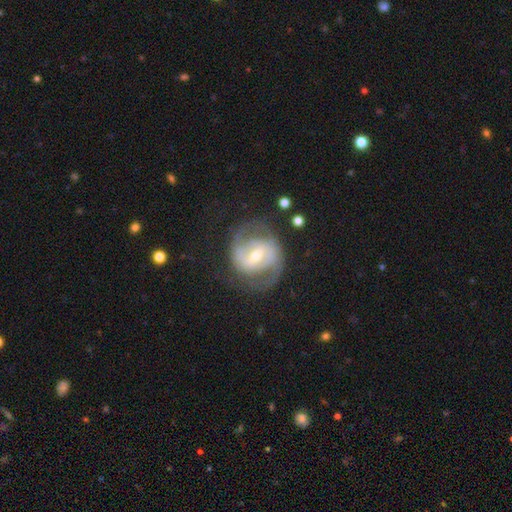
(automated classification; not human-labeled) Smooth or featured? featured or disk (83%)
Edge-on disk? no (97%)
Bar? weak (46%)
Spiral arms? yes (91%)
Spiral winding? medium (49%)
Spiral arm count? 2 (85%)
Bulge size? moderate (51%)
Merging? none (71%)